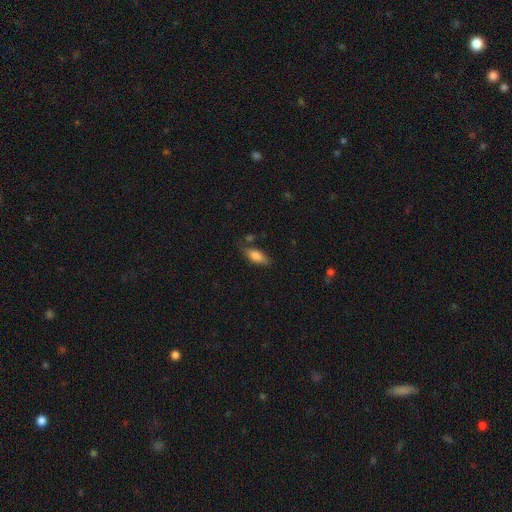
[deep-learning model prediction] A smooth galaxy with no disk features (79%) that is in between round and cigar-shaped (77%).

Vote fractions:
- Smooth or featured? smooth: 79% / featured or disk: 14% / star or artifact: 7%
- How rounded? in between: 77% / cigar-shaped: 20% / round: 3%
- Merging? none: 64% / minor disturbance: 24% / major disturbance: 6% / merger: 6%